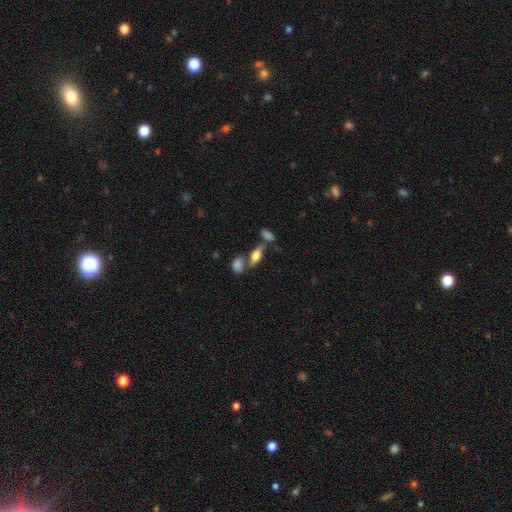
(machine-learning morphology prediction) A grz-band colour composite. It shows a smooth galaxy with no disk features (60%) that is in between round and cigar-shaped (69%). Merging: none (58%).